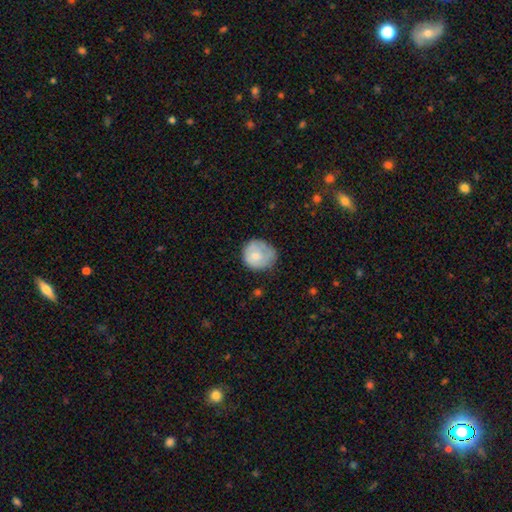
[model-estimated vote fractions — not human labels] smooth-or-featured: smooth: 69% | featured or disk: 24% | star or artifact: 7%
  how-rounded: round: 81% | in between: 18% | cigar-shaped: 1%
  merging: none: 53% | minor disturbance: 32% | major disturbance: 12% | merger: 2%